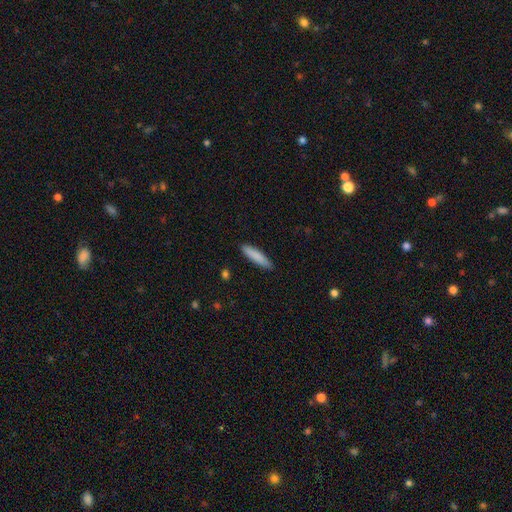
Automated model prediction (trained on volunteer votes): This appears to be a smooth galaxy with no disk features (85%) that is cigar-shaped (82%). Merging: none (88%).